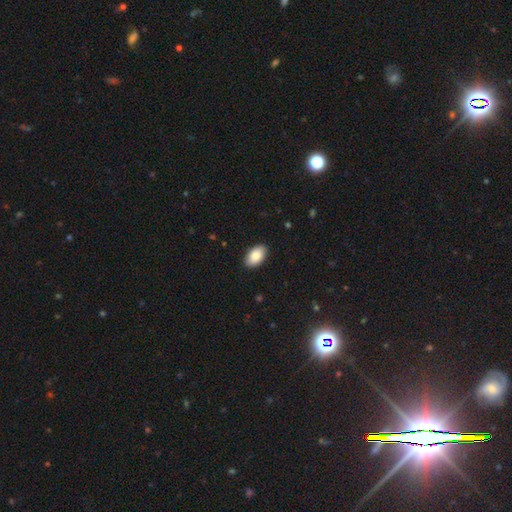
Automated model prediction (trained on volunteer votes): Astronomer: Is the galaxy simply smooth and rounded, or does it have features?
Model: smooth — 85%.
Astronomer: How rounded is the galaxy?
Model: in between — 94%.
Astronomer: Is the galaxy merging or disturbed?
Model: none — 89%.